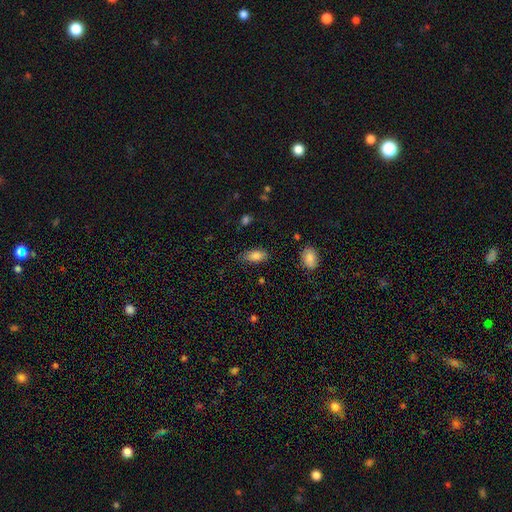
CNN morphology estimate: The model was most divided on "merging": none: 75%, minor disturbance: 19%, major disturbance: 4%, merger: 2%. More confident: how rounded — in between (89%); smooth or featured — smooth (84%).